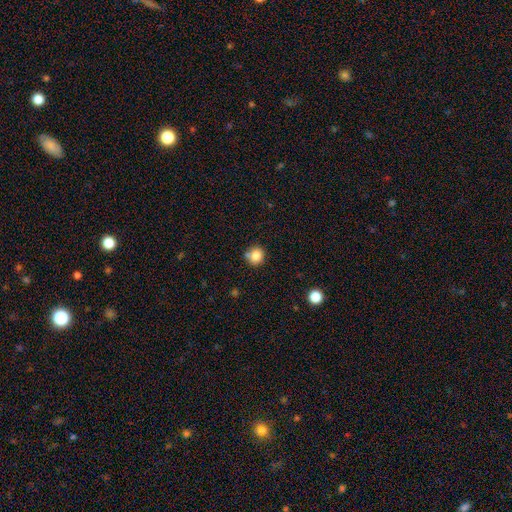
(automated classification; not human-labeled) This appears to be a smooth galaxy with no disk features (83%) that is round (88%). Merging: none (72%).